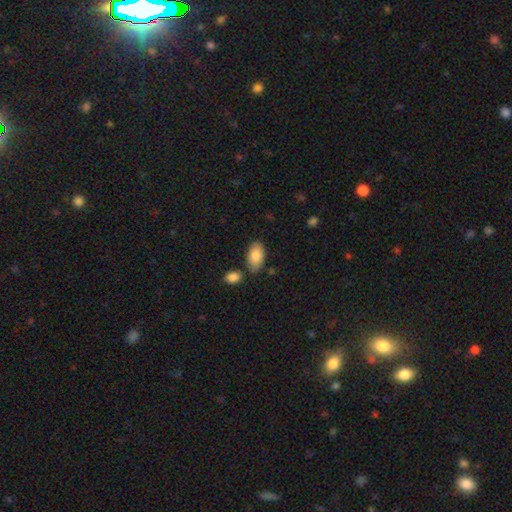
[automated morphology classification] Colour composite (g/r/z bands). It shows a smooth galaxy with no disk features (86%) that is in between round and cigar-shaped (95%). Merging: none (72%).